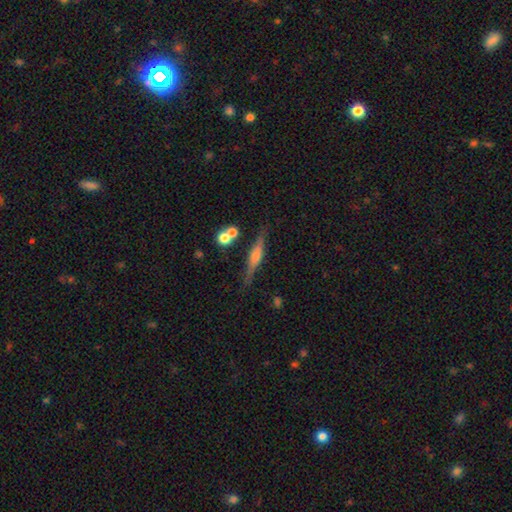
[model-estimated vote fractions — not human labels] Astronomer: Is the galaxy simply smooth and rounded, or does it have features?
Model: featured or disk — 67%.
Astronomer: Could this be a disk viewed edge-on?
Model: yes — 96%.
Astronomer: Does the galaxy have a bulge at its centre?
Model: rounded — 79%.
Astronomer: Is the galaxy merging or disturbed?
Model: none — 80%.